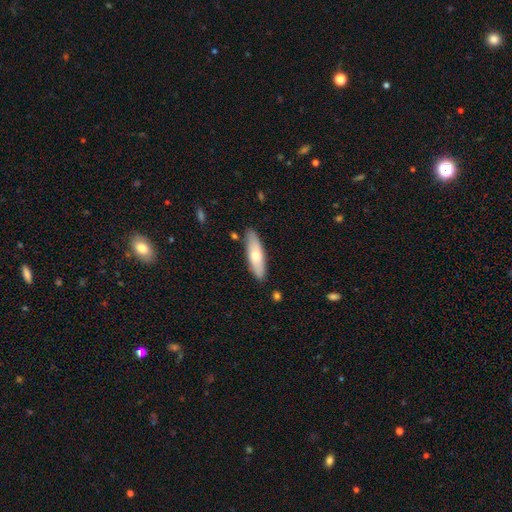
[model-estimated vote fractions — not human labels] A smooth galaxy with no disk features (65%) that is cigar-shaped (56%). Merging: none (85%).